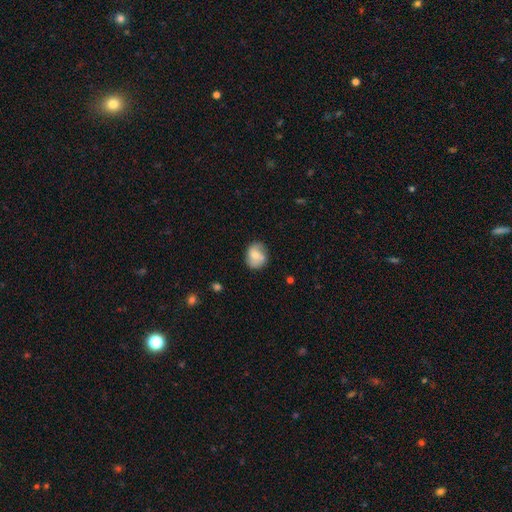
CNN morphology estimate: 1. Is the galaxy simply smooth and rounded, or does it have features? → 62% smooth, 30% featured or disk, 8% star or artifact.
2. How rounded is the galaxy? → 61% round, 38% in between, 1% cigar-shaped.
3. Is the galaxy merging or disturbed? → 69% none, 20% minor disturbance, 6% merger, 5% major disturbance.